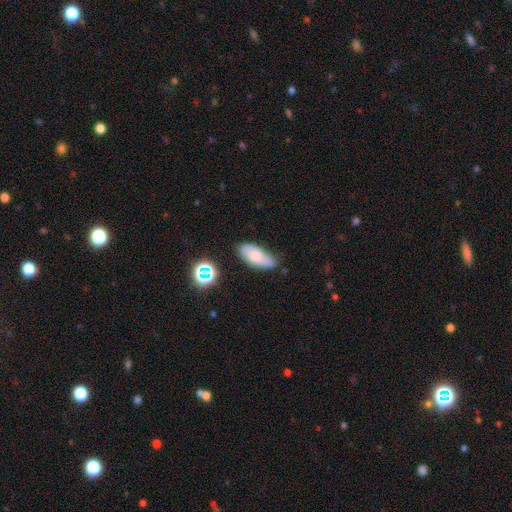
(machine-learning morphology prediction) type=smooth (72%); roundness=in between (84%); merging=none (60%).